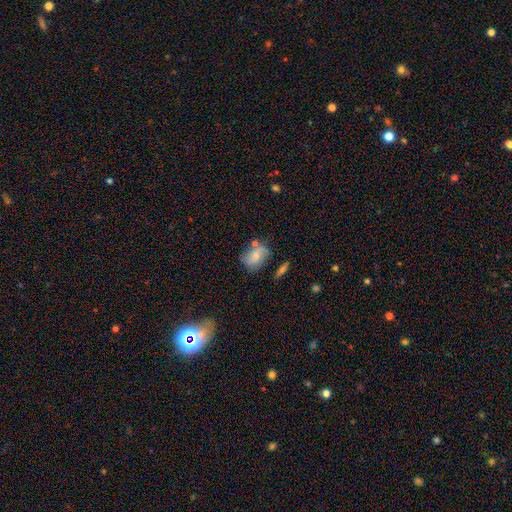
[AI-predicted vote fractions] Q: Smooth or featured?
A: smooth (56%); runner-up: featured or disk (34%)
Q: How rounded?
A: in between (74%); runner-up: round (24%)
Q: Merging?
A: none (52%); runner-up: minor disturbance (25%)